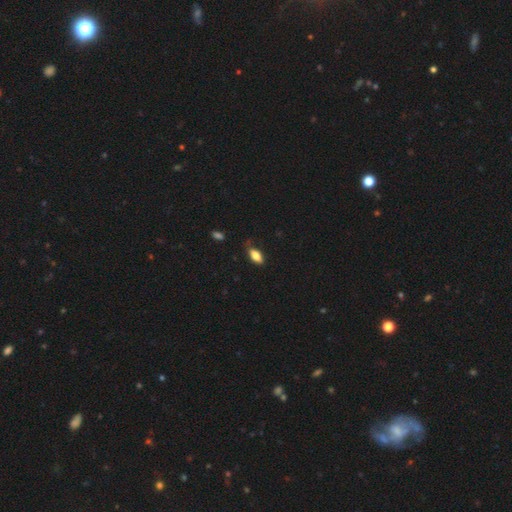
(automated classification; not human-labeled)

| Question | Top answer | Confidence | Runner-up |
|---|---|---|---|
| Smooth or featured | smooth | 82% | featured or disk (10%) |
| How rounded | in between | 89% | cigar-shaped (7%) |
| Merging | none | 70% | minor disturbance (23%) |